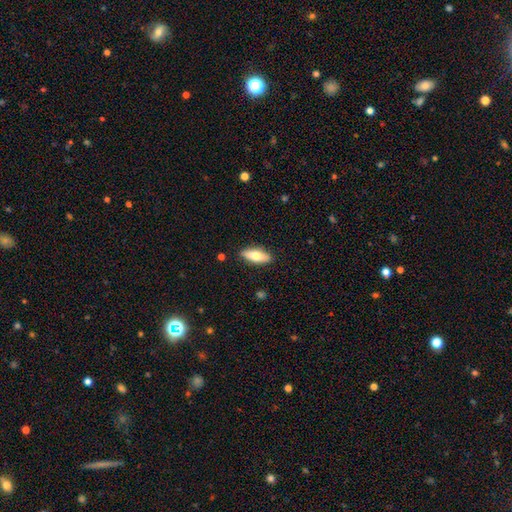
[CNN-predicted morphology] Smooth or featured? smooth (64%)
How rounded? in between (67%)
Merging? none (87%)